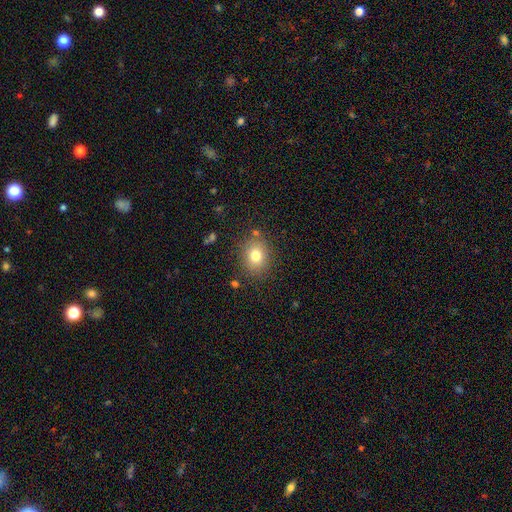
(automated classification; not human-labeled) Smooth or featured? smooth (78%)
How rounded? round (55%)
Merging? none (83%)